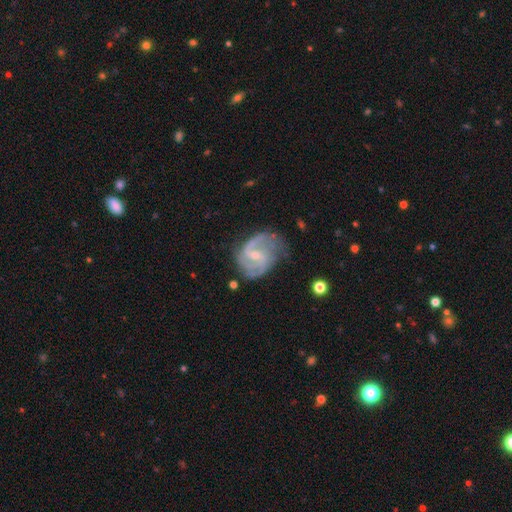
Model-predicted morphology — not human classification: Smooth or featured?
  - featured or disk: 89% *
  - smooth: 6%
  - star or artifact: 5%
Edge-on disk?
  - no: 98% *
  - yes: 2%
Bar?
  - weak: 56% *
  - no: 26%
  - strong: 17%
Spiral arms?
  - yes: 97% *
  - no: 3%
Spiral winding?
  - medium: 53% *
  - tight: 27%
  - loose: 20%
Spiral arm count?
  - 2: 54% *
  - 3: 21%
  - can't tell: 12%
  - 4: 5%
  - 1: 4%
  - more than 4: 4%
Bulge size?
  - small: 66% *
  - moderate: 30%
  - none: 3%
  - large: 1%
  - dominant: 1%
Merging?
  - none: 61% *
  - minor disturbance: 24%
  - major disturbance: 13%
  - merger: 2%